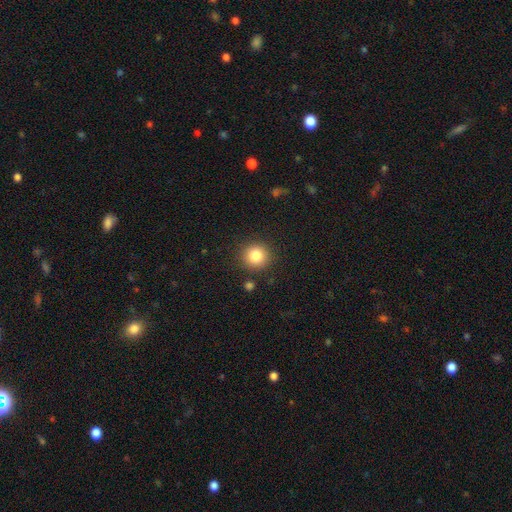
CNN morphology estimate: smooth_or_featured: smooth (p=0.83) [alt: star or artifact p=0.11]
how_rounded: round (p=0.92) [alt: in between p=0.07]
merging: none (p=0.89) [alt: minor disturbance p=0.07]